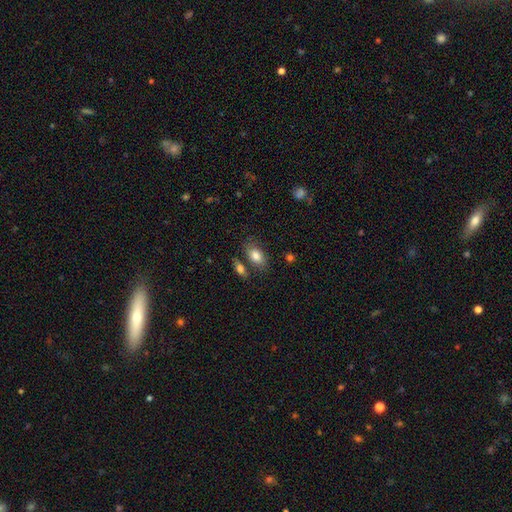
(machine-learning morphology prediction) This appears to be a smooth galaxy with no disk features (81%) that is in between round and cigar-shaped (89%). Merging: none (66%).